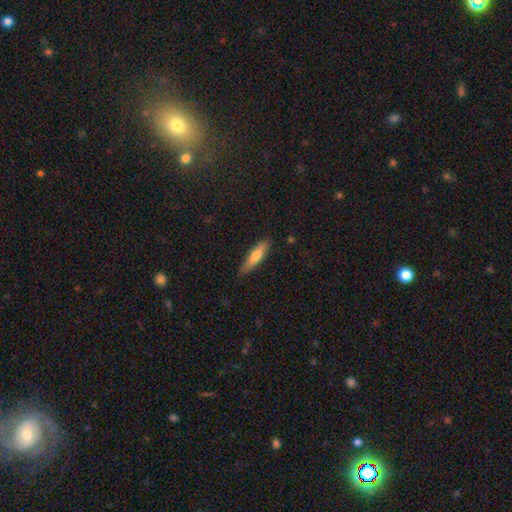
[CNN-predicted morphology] A smooth galaxy with no disk features (70%) that is cigar-shaped (73%).

Vote fractions:
- Smooth or featured? smooth: 70% / featured or disk: 25% / star or artifact: 6%
- How rounded? cigar-shaped: 73% / in between: 25% / round: 2%
- Merging? none: 86% / minor disturbance: 11% / major disturbance: 2% / merger: 1%